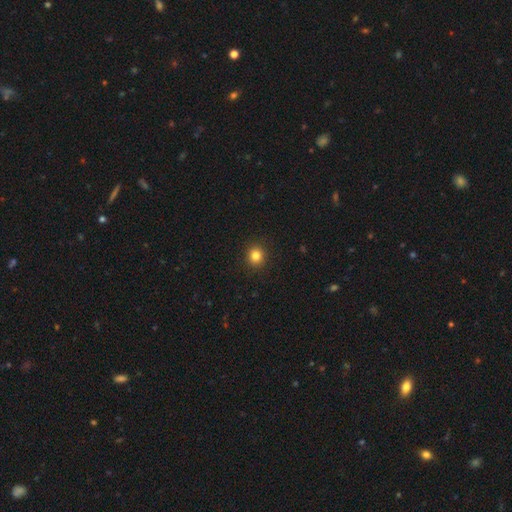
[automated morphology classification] Smooth or featured? Predicted: smooth (p=0.83). How rounded? Predicted: round (p=0.89). Merging? Predicted: none (p=0.92).